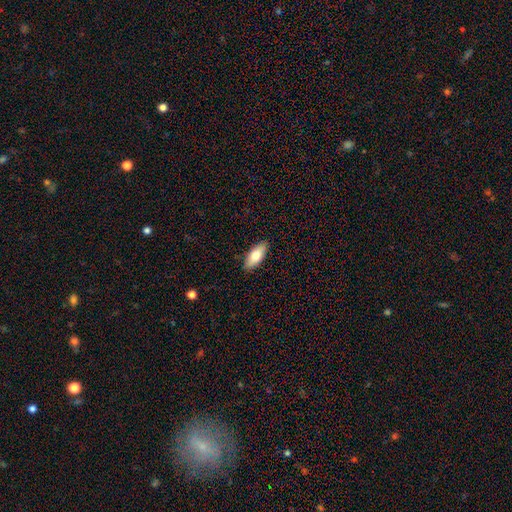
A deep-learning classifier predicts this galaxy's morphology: This is likely a smooth galaxy (76%). How rounded: clearly in between (84%). Merging: clearly none (89%).